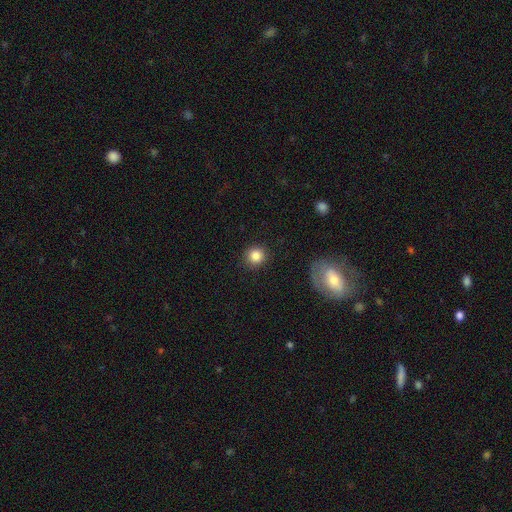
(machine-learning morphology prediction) This is clearly a smooth galaxy (85%). How rounded: clearly round (91%). Merging: clearly none (90%).